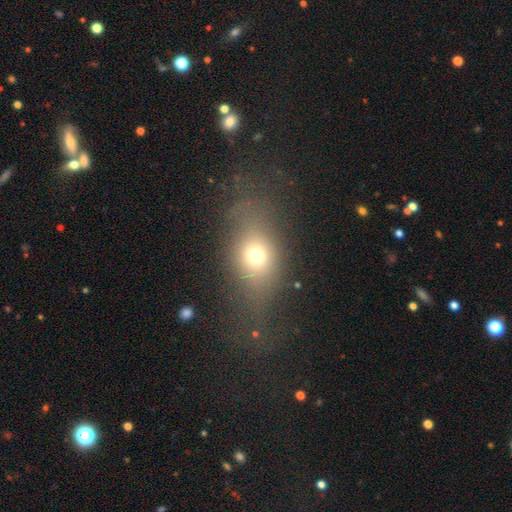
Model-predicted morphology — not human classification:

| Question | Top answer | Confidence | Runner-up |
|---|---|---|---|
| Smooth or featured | smooth | 66% | featured or disk (19%) |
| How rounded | in between | 58% | round (37%) |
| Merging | none | 51% | major disturbance (25%) |